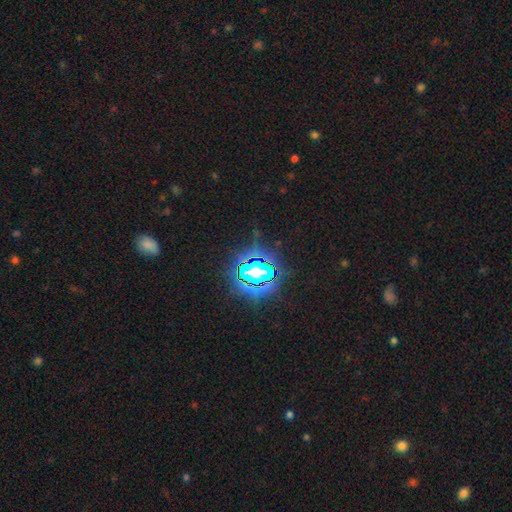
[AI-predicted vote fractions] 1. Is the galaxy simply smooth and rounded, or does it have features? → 82% star or artifact, 12% smooth, 7% featured or disk.